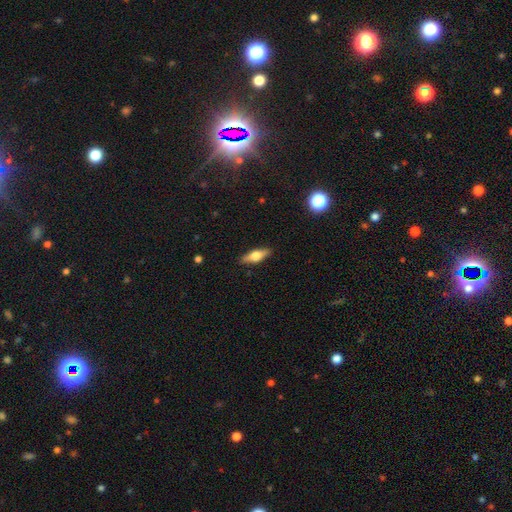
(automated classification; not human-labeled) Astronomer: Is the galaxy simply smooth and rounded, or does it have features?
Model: smooth — 51% (runner-up: featured or disk, 42%).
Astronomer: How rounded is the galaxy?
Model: in between — 55% (runner-up: cigar-shaped, 42%).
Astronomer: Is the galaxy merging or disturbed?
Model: none — 88%.